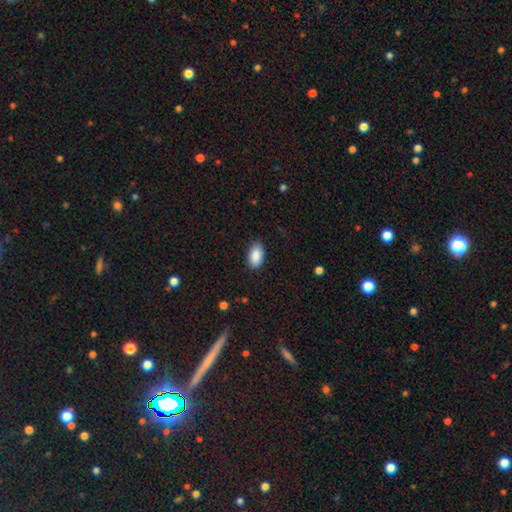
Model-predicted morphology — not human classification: smooth-or-featured: smooth: 90% | star or artifact: 7% | featured or disk: 4%
  how-rounded: in between: 94% | round: 4% | cigar-shaped: 2%
  merging: none: 86% | minor disturbance: 10% | major disturbance: 2% | merger: 1%